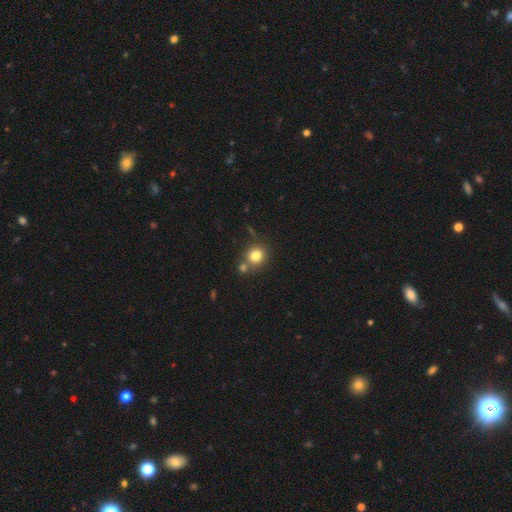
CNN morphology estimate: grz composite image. It shows a smooth galaxy with no disk features (79%) that is round (85%). Merging: none (63%).